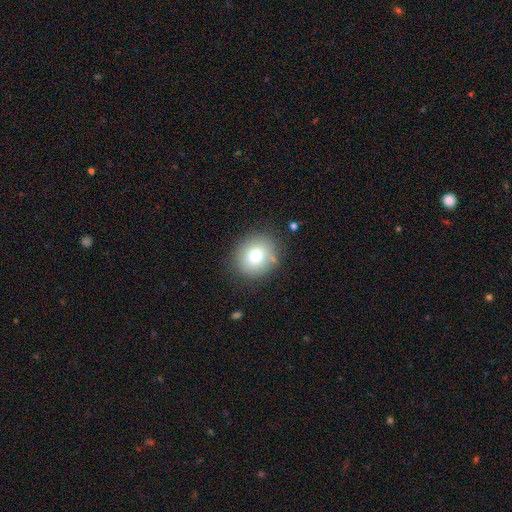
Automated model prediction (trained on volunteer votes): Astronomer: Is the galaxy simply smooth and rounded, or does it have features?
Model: smooth — 76%.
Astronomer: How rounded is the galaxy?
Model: round — 84%.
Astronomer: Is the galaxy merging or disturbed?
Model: none — 82%.